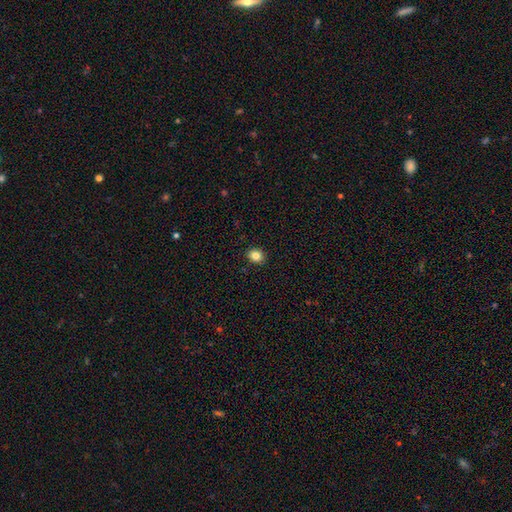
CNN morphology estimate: Smooth or featured? Predicted: smooth (p=0.83). How rounded? Predicted: round (p=0.67). Merging? Predicted: none (p=0.91).